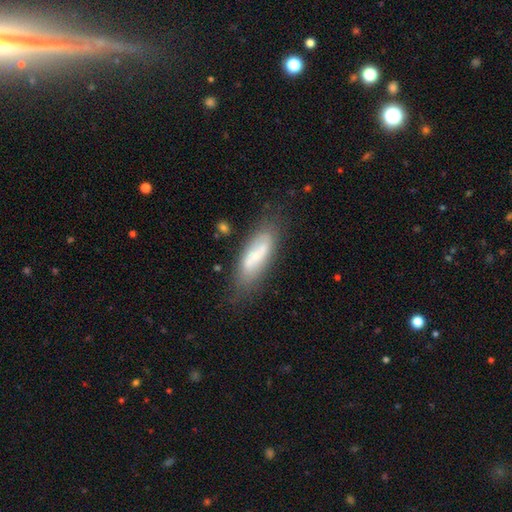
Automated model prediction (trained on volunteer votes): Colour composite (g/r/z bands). It shows a smooth galaxy with no disk features (48%). Merging: none (68%).